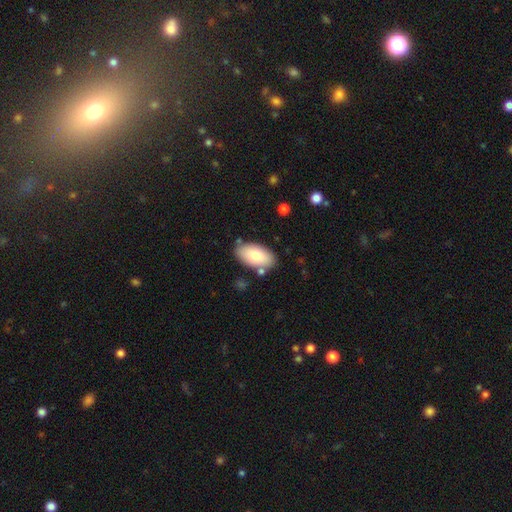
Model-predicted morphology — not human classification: This is likely a smooth galaxy (77%). How rounded: clearly in between (95%). Merging: likely none (79%).